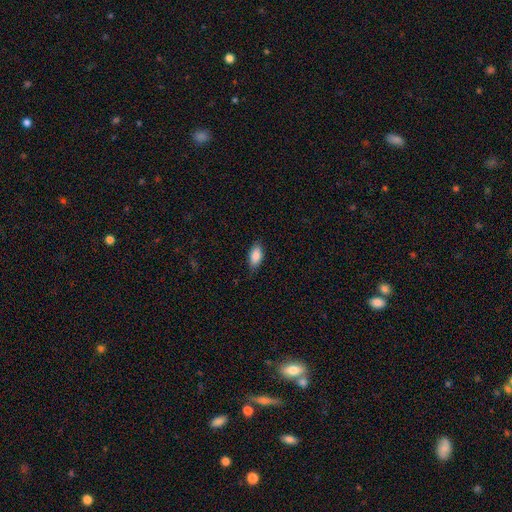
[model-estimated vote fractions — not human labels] smooth_or_featured: smooth (p=0.87) [alt: star or artifact p=0.07]
how_rounded: in between (p=0.90) [alt: cigar-shaped p=0.07]
merging: none (p=0.79) [alt: minor disturbance p=0.17]